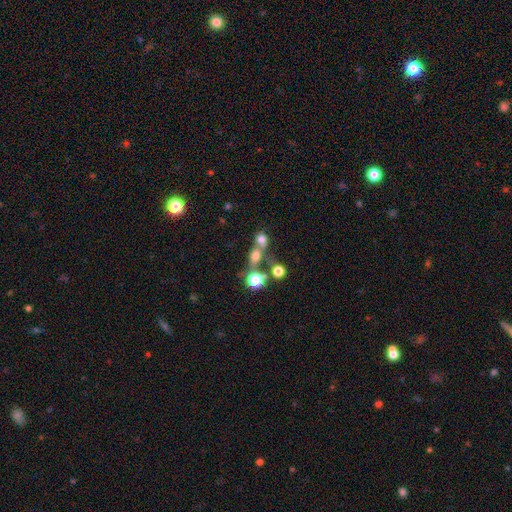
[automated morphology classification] A smooth galaxy with no disk features (63%) that is round (62%).

Vote fractions:
- Smooth or featured? smooth: 63% / star or artifact: 20% / featured or disk: 17%
- How rounded? round: 62% / in between: 34% / cigar-shaped: 4%
- Merging? merger: 47% / none: 38% / minor disturbance: 8% / major disturbance: 7%